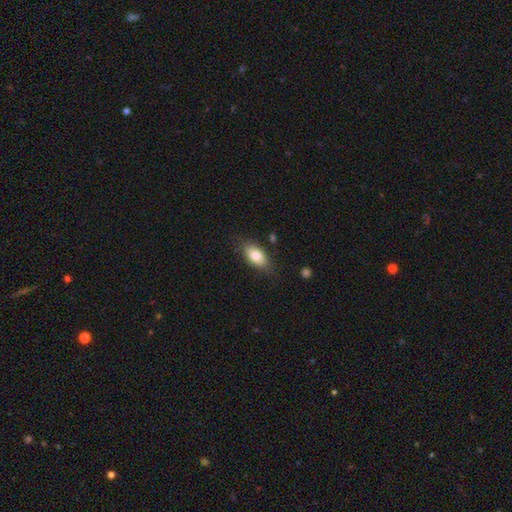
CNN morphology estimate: Overall: smooth (81%). How rounded: in between (90%). Merging: none (78%).